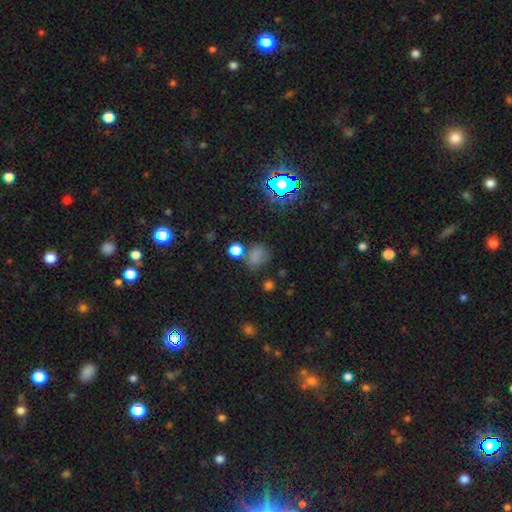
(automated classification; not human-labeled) smooth-or-featured: smooth: 67% | star or artifact: 25% | featured or disk: 7%
  how-rounded: round: 55% | in between: 43% | cigar-shaped: 1%
  merging: none: 64% | minor disturbance: 17% | merger: 11% | major disturbance: 8%